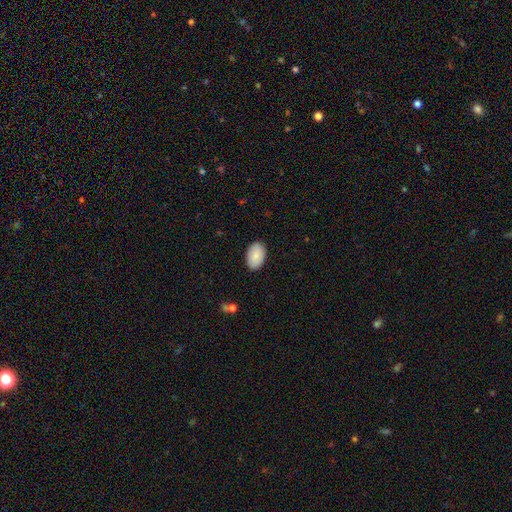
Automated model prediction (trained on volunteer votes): smooth-or-featured: smooth: 88% | star or artifact: 6% | featured or disk: 6%
  how-rounded: in between: 93% | round: 6% | cigar-shaped: 1%
  merging: none: 89% | minor disturbance: 8% | major disturbance: 2% | merger: 1%